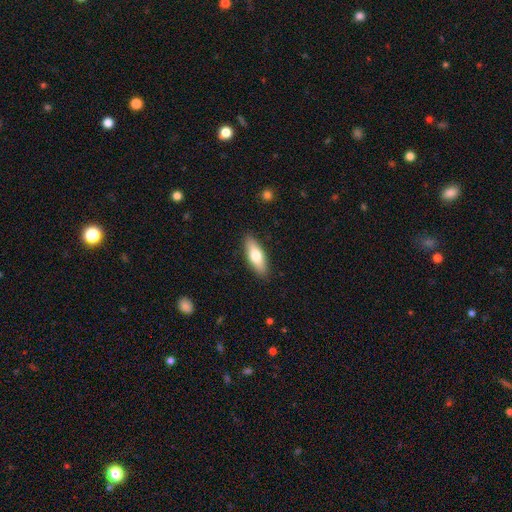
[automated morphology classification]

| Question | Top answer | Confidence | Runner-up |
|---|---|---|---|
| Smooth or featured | smooth | 68% | featured or disk (26%) |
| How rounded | in between | 60% | cigar-shaped (37%) |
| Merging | none | 88% | minor disturbance (9%) |